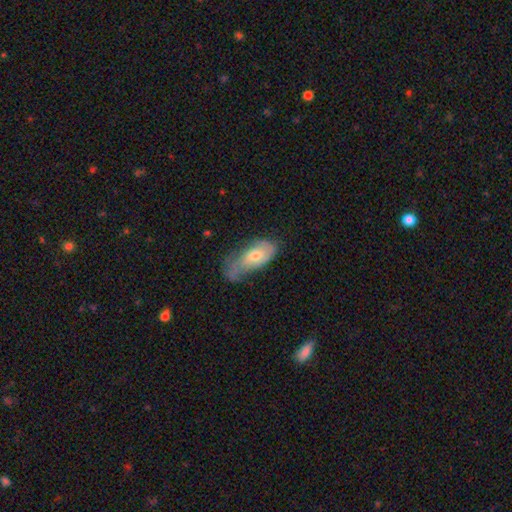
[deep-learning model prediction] Q: Smooth or featured?
A: smooth (61%); runner-up: featured or disk (33%)
Q: How rounded?
A: in between (87%); runner-up: cigar-shaped (9%)
Q: Merging?
A: major disturbance (36%); runner-up: minor disturbance (35%)